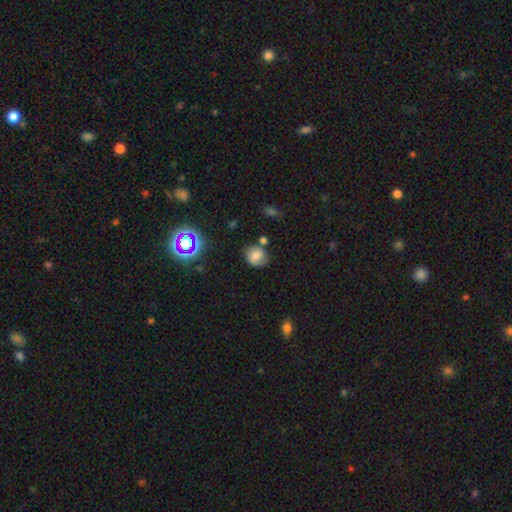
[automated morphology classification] This is likely a smooth galaxy (67%). How rounded: likely round (75%). Merging: likely none (68%).